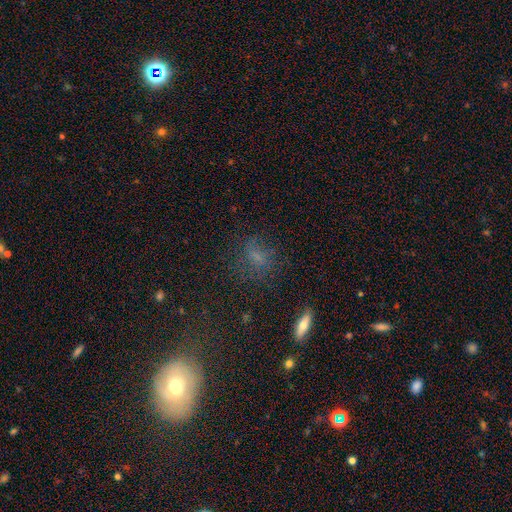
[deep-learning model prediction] Smooth or featured: smooth — 51% (star or artifact — 27%)
How rounded: in between — 55% (round — 37%)
Merging: none — 65% (minor disturbance — 19%)